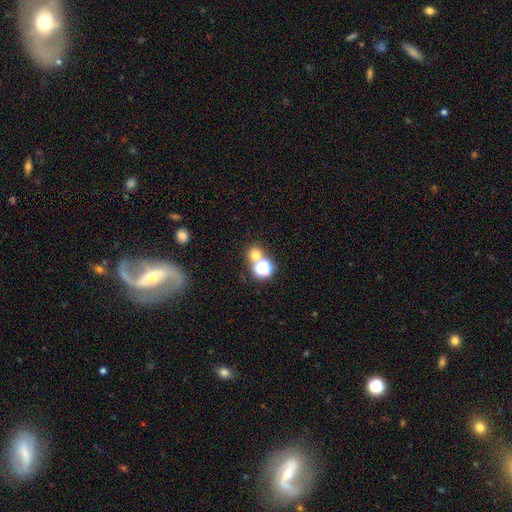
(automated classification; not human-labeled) The model was most divided on "merging": none: 60%, merger: 30%, minor disturbance: 7%, major disturbance: 4%. More confident: how rounded — round (84%); smooth or featured — smooth (63%).